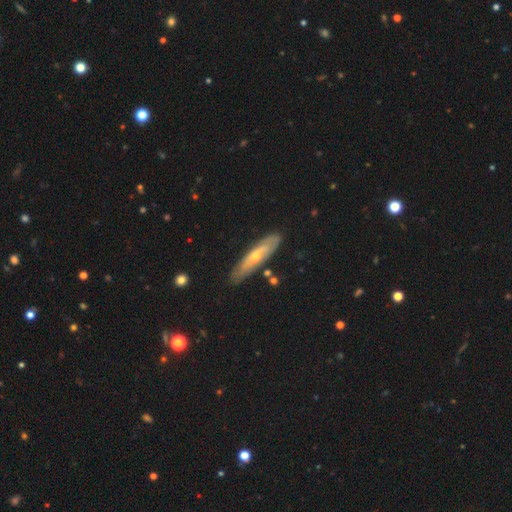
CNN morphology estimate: This is likely a featured or disk galaxy (62%). It is possibly not viewed edge-on (53%). Merging: clearly none (80%).